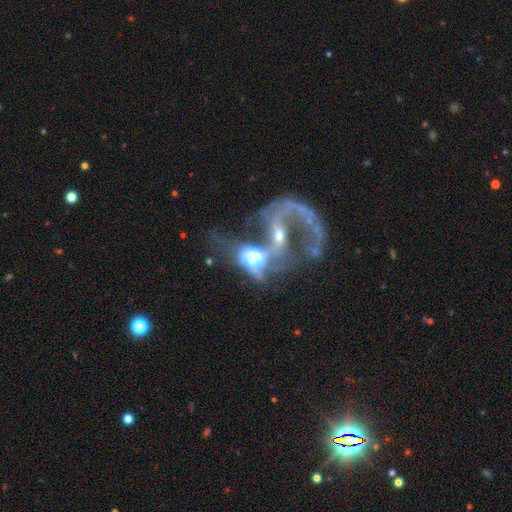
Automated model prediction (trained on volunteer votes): Smooth or featured? Predicted: featured or disk (p=0.68). Edge-on disk? Predicted: no (p=0.96). Bar? Predicted: no (p=0.58). Spiral arms? Predicted: yes (p=0.55). Bulge size? Predicted: moderate (p=0.44). Merging? Predicted: merger (p=0.68).